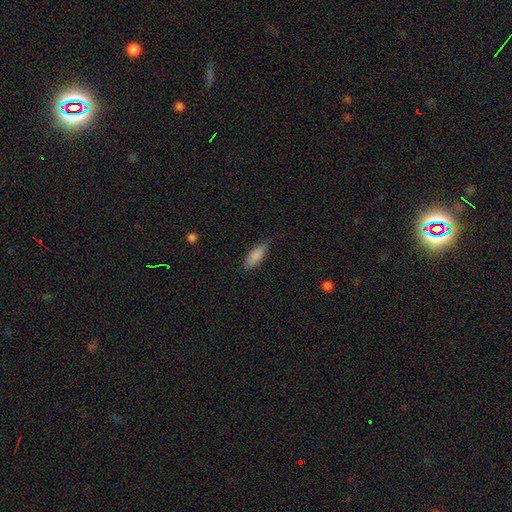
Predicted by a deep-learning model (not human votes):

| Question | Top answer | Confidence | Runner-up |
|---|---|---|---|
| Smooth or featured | smooth | 87% | featured or disk (7%) |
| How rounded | in between | 70% | cigar-shaped (28%) |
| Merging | none | 84% | minor disturbance (13%) |